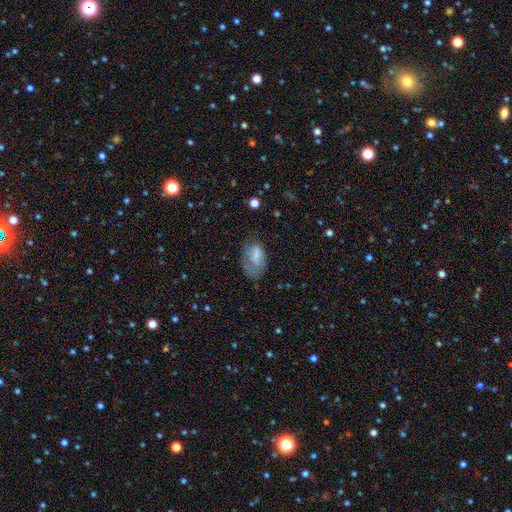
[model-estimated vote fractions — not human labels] This appears to be a smooth galaxy with no disk features (68%) that is in between round and cigar-shaped (90%). Merging: none (38%).